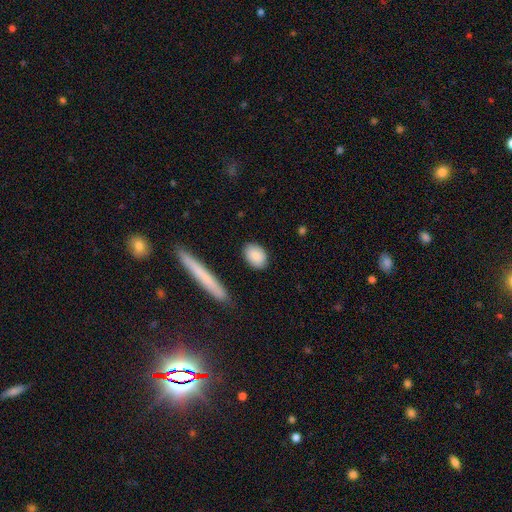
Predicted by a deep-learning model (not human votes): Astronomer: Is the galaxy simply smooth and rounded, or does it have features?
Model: smooth — 85%.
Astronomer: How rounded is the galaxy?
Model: in between — 72%.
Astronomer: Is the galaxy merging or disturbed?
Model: none — 85%.